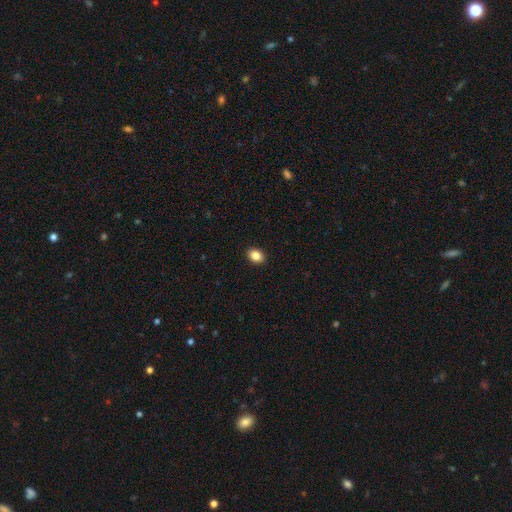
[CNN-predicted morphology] Smooth or featured? Predicted: smooth (p=0.87). How rounded? Predicted: in between (p=0.64). Merging? Predicted: none (p=0.91).